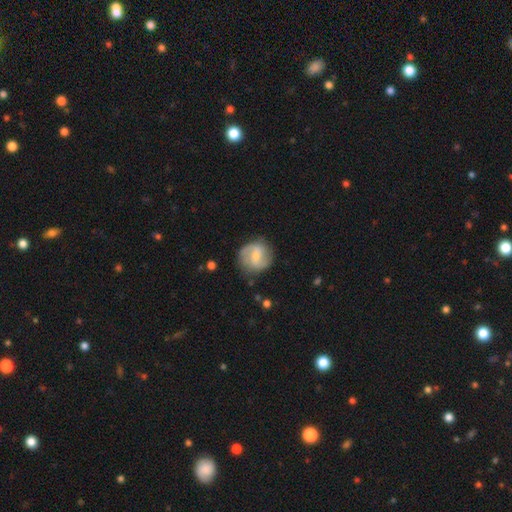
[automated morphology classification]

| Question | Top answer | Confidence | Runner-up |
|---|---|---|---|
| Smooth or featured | featured or disk | 72% | smooth (22%) |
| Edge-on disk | no | 98% | yes (2%) |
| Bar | weak | 53% | no (29%) |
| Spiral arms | yes | 92% | no (8%) |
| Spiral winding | medium | 48% | loose (29%) |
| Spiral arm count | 2 | 87% | can't tell (7%) |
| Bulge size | small | 54% | moderate (38%) |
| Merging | none | 79% | minor disturbance (14%) |